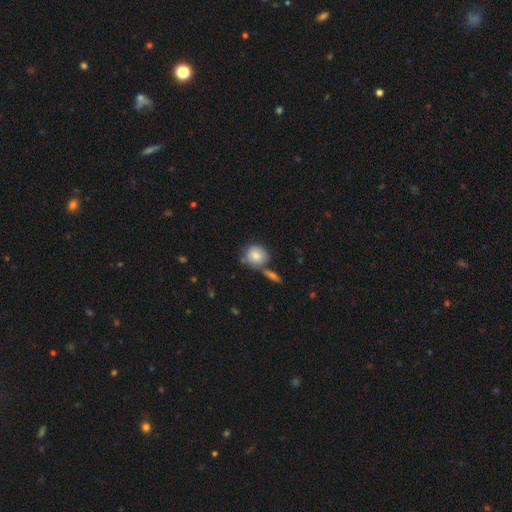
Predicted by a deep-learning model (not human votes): This appears to be a smooth galaxy with no disk features (82%) that is round (84%). Merging: none (59%).